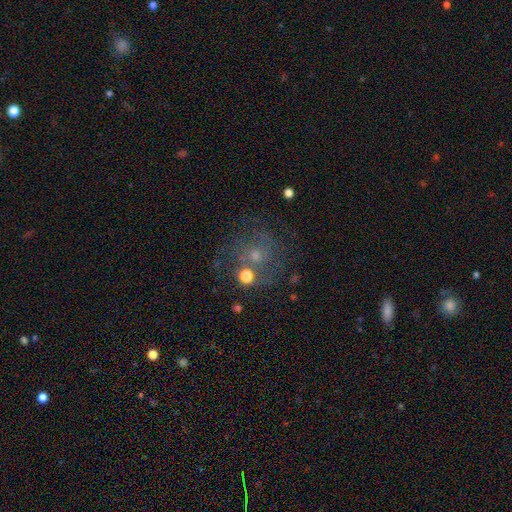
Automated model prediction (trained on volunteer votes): Overall: featured or disk (49%; smooth 29%). Merging: none (64%).